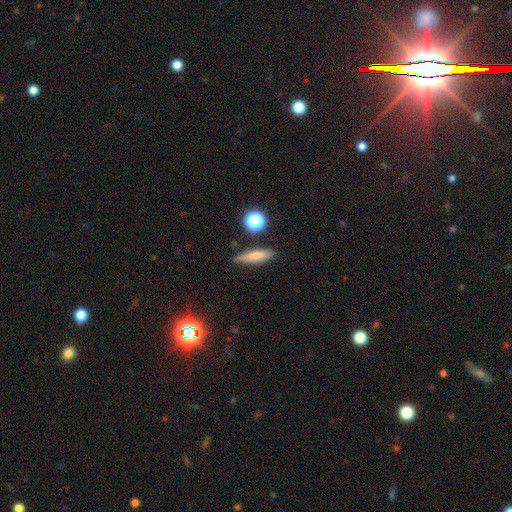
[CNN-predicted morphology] Q: Smooth or featured?
A: smooth (67%); runner-up: featured or disk (23%)
Q: How rounded?
A: cigar-shaped (71%); runner-up: in between (23%)
Q: Merging?
A: none (81%); runner-up: minor disturbance (13%)